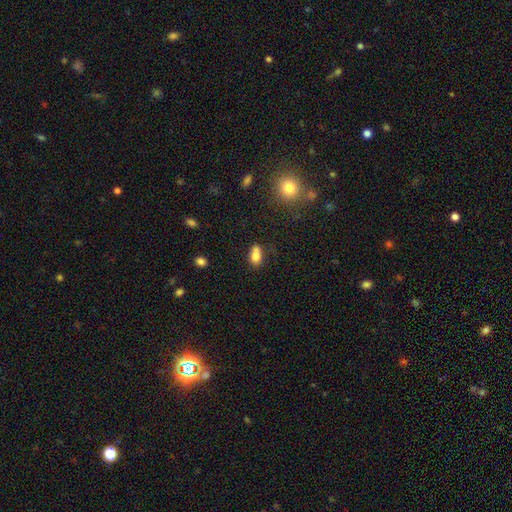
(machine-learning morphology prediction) smooth 78%, featured or disk 12%, star or artifact 10%. Down the decision tree: how rounded — in between (81%); merging — none (46%).